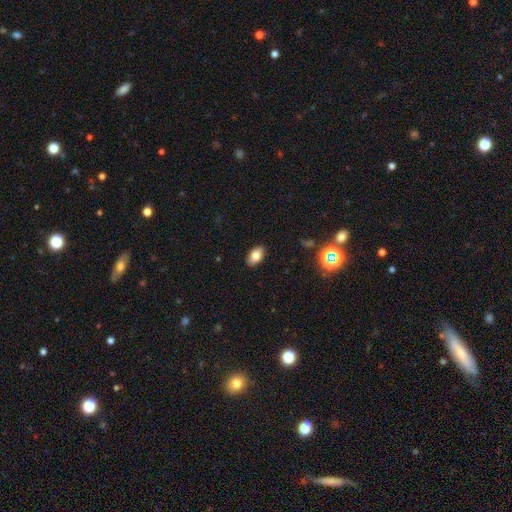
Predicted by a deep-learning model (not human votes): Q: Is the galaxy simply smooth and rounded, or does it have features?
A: smooth — 80%.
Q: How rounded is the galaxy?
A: in between — 91%.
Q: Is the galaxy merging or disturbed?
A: none — 89%.